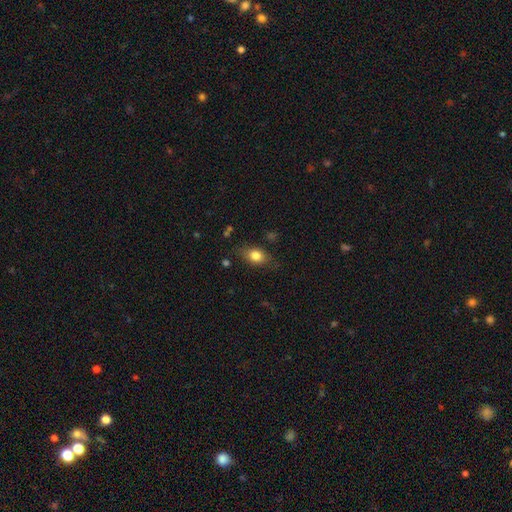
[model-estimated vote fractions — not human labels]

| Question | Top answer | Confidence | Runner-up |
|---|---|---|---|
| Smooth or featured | smooth | 78% | featured or disk (13%) |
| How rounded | in between | 75% | round (21%) |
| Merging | none | 74% | minor disturbance (19%) |